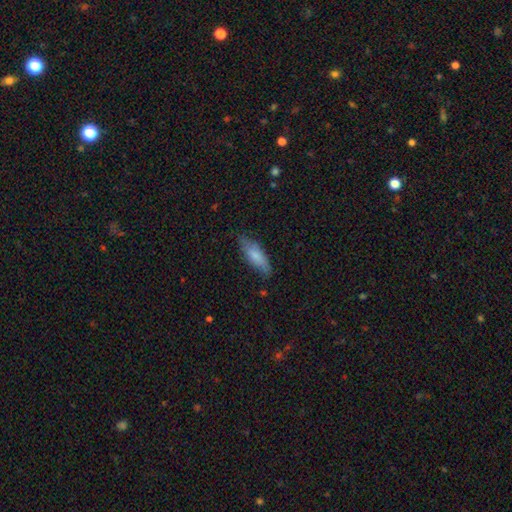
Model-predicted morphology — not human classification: Smooth or featured: smooth — 77% (featured or disk — 17%)
How rounded: in between — 55% (cigar-shaped — 44%)
Merging: none — 74% (minor disturbance — 20%)